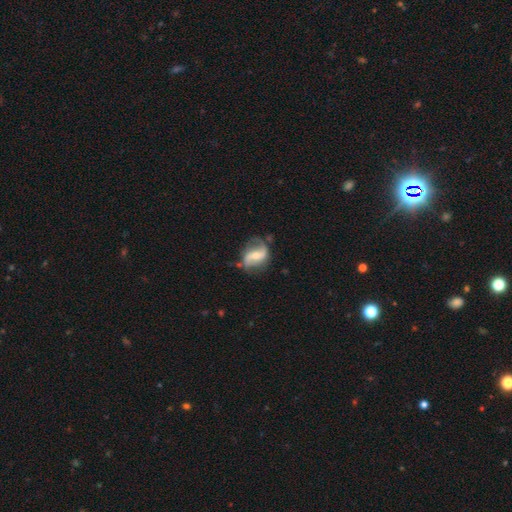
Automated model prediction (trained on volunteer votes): Smooth or featured: featured or disk — 76% (smooth — 18%)
Edge-on disk: no — 96% (yes — 4%)
Bar: weak — 39% (strong — 31%)
Spiral arms: yes — 90% (no — 10%)
Spiral winding: loose — 65% (medium — 26%)
Spiral arm count: 2 — 86% (1 — 5%)
Bulge size: moderate — 48% (small — 43%)
Merging: none — 61% (minor disturbance — 24%)